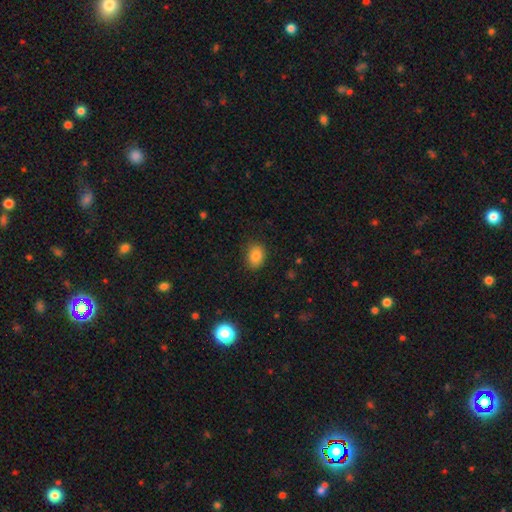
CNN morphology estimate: Smooth or featured?
  - smooth: 83% *
  - star or artifact: 11%
  - featured or disk: 6%
How rounded?
  - in between: 60% *
  - round: 39%
  - cigar-shaped: 1%
Merging?
  - none: 85% *
  - minor disturbance: 11%
  - major disturbance: 3%
  - merger: 1%